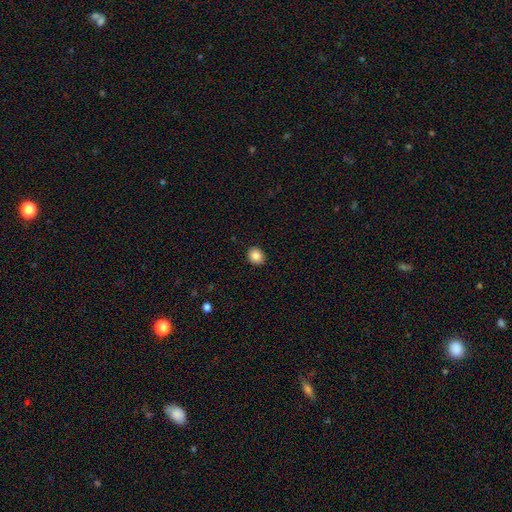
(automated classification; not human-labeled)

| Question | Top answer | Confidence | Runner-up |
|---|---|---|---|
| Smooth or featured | smooth | 86% | star or artifact (9%) |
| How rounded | round | 69% | in between (30%) |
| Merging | none | 90% | minor disturbance (7%) |